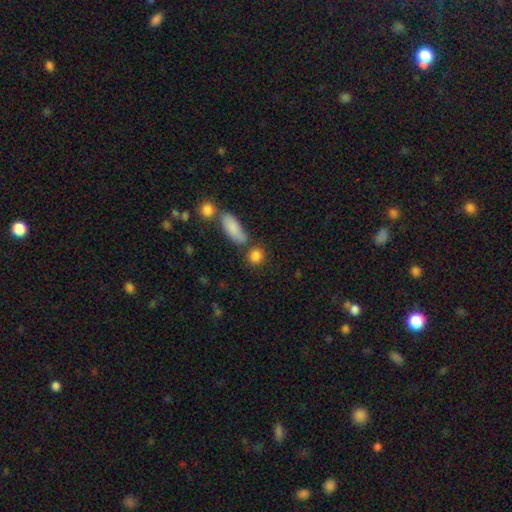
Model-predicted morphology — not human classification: The model was most divided on "how rounded": round: 70%, in between: 25%, cigar-shaped: 5%. More confident: smooth or featured — smooth (85%); merging — none (68%).